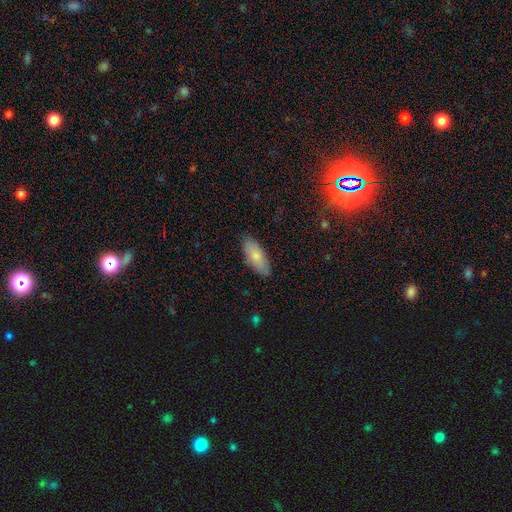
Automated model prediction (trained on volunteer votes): smooth-or-featured: smooth: 80% | featured or disk: 14% | star or artifact: 6%
  how-rounded: in between: 80% | cigar-shaped: 18% | round: 2%
  merging: none: 87% | minor disturbance: 10% | major disturbance: 2% | merger: 1%